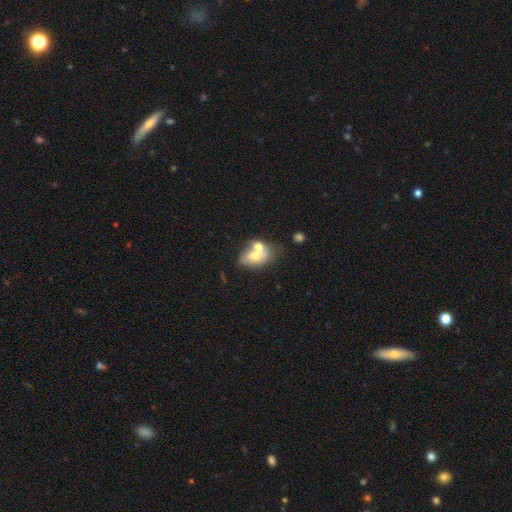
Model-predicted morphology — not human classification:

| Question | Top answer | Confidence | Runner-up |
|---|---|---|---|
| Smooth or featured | smooth | 61% | featured or disk (31%) |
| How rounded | in between | 77% | round (21%) |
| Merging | merger | 55% | none (27%) |